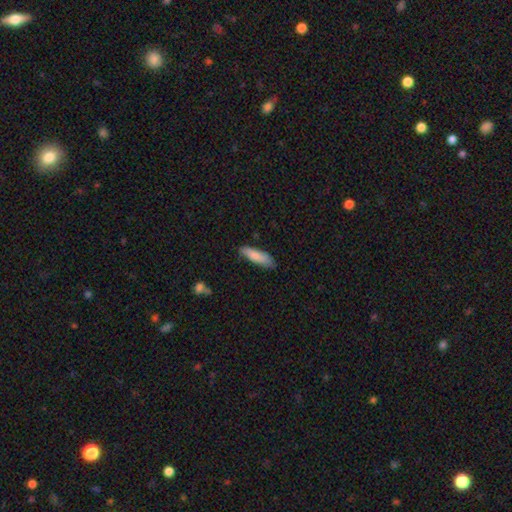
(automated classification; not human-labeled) smooth 84%, featured or disk 11%, star or artifact 6%. Down the decision tree: how rounded — cigar-shaped (59%); merging — none (76%).